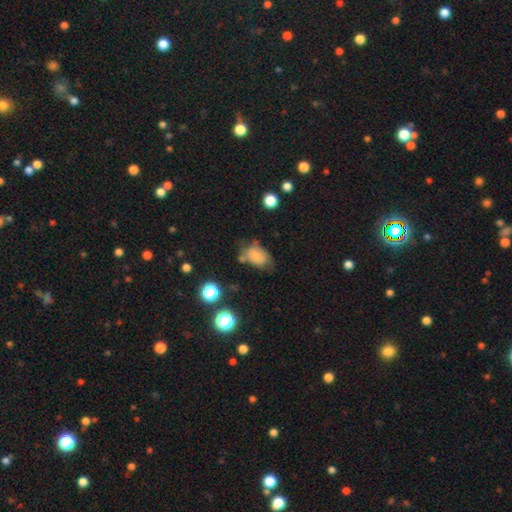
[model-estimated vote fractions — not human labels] Smooth or featured?
  - smooth: 71% *
  - featured or disk: 17%
  - star or artifact: 12%
How rounded?
  - in between: 77% *
  - round: 22%
  - cigar-shaped: 1%
Merging?
  - none: 41% *
  - minor disturbance: 32%
  - major disturbance: 15%
  - merger: 13%